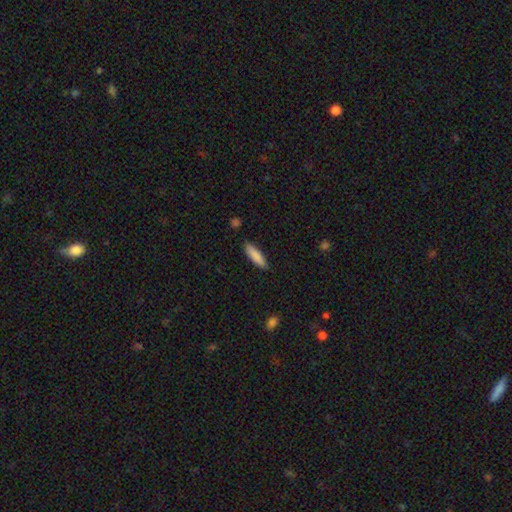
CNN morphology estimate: Smooth or featured: smooth — 86% (featured or disk — 8%)
How rounded: cigar-shaped — 72% (in between — 27%)
Merging: none — 88% (minor disturbance — 9%)